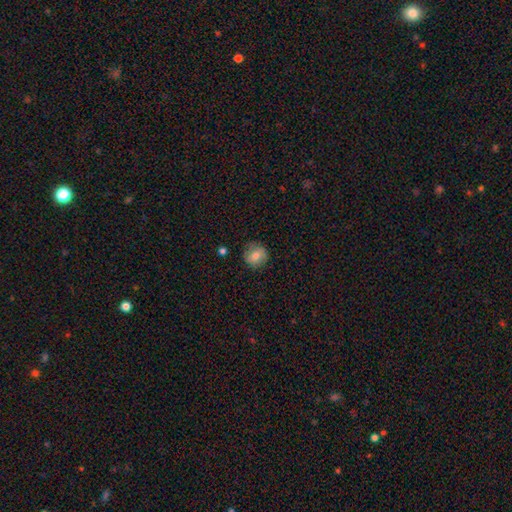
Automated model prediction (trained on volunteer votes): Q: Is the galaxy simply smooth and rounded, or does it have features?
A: smooth — 74%.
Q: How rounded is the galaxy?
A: round — 86%.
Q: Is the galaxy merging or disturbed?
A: none — 82%.